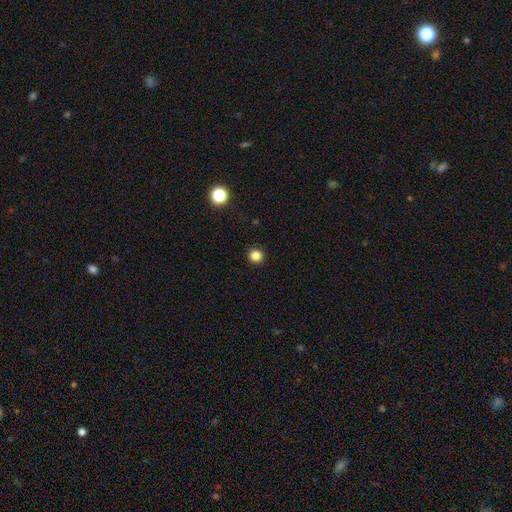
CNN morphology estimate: smooth_or_featured: smooth (p=0.85) [alt: star or artifact p=0.12]
how_rounded: round (p=0.94) [alt: in between p=0.05]
merging: none (p=0.93) [alt: minor disturbance p=0.04]